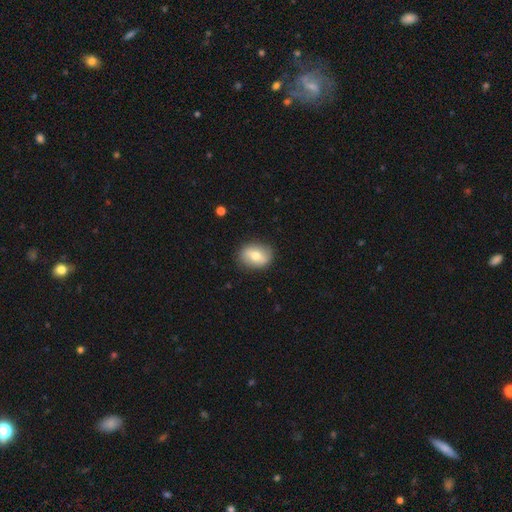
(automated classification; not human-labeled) This appears to be a smooth galaxy with no disk features (62%) that is in between round and cigar-shaped (61%). Merging: none (85%).